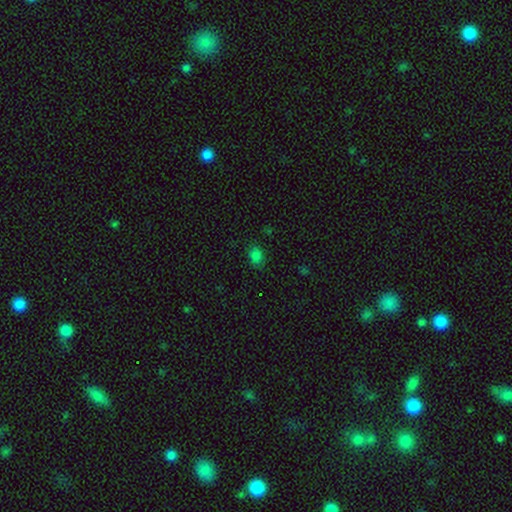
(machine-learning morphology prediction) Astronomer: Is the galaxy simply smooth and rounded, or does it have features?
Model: smooth — 80%.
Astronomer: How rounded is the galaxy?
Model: in between — 59% (runner-up: round, 40%).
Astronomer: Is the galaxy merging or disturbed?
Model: none — 82%.